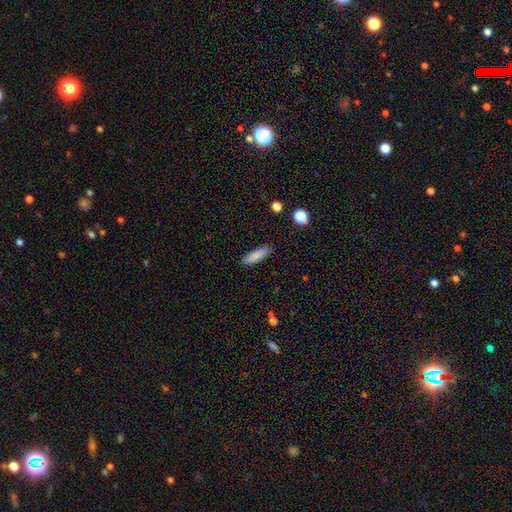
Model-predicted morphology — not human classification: smooth_or_featured: smooth (p=0.85) [alt: featured or disk p=0.08]
how_rounded: cigar-shaped (p=0.49) [tied with: in between p=0.49]
merging: none (p=0.87) [alt: minor disturbance p=0.10]